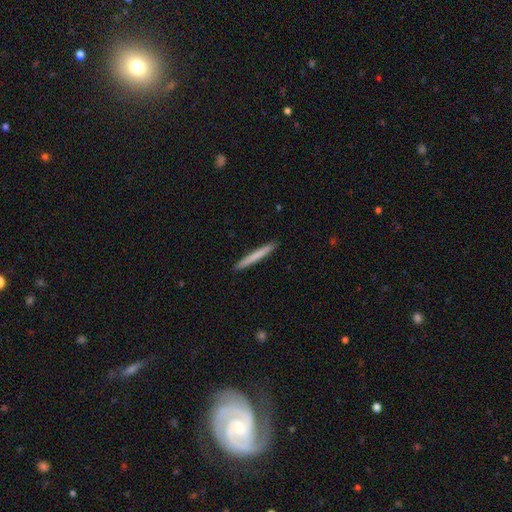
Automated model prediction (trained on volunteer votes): Smooth or featured: smooth — 71% (featured or disk — 24%)
How rounded: cigar-shaped — 97% (in between — 2%)
Merging: none — 93% (minor disturbance — 5%)